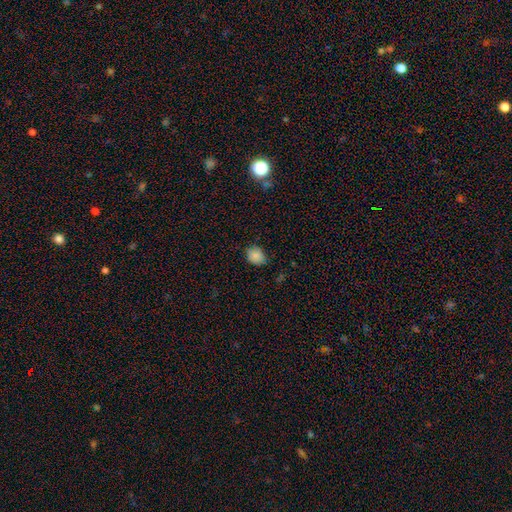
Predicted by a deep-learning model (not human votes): smooth-or-featured: smooth: 86% | star or artifact: 10% | featured or disk: 4%
  how-rounded: round: 55% | in between: 44% | cigar-shaped: 1%
  merging: none: 74% | minor disturbance: 21% | major disturbance: 3% | merger: 1%